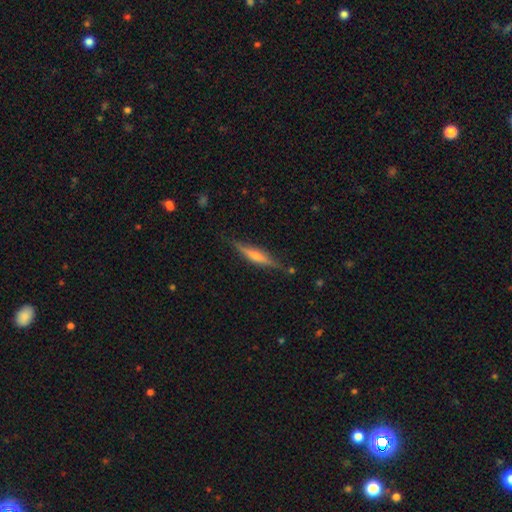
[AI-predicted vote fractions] smooth_or_featured: featured or disk (p=0.71) [alt: smooth p=0.23]
disk_edge_on: yes (p=0.96) [alt: no p=0.04]
edge_on_bulge: rounded (p=0.80) [alt: boxy p=0.10]
merging: none (p=0.85) [alt: minor disturbance p=0.11]